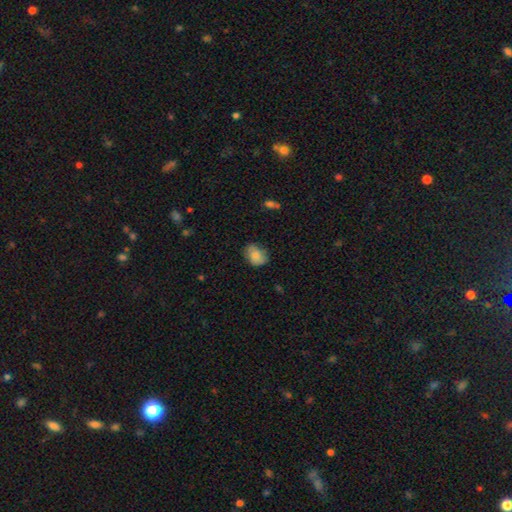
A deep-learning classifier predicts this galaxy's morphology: Q: Smooth or featured?
A: smooth (84%); runner-up: featured or disk (9%)
Q: How rounded?
A: in between (64%); runner-up: round (35%)
Q: Merging?
A: none (71%); runner-up: minor disturbance (23%)